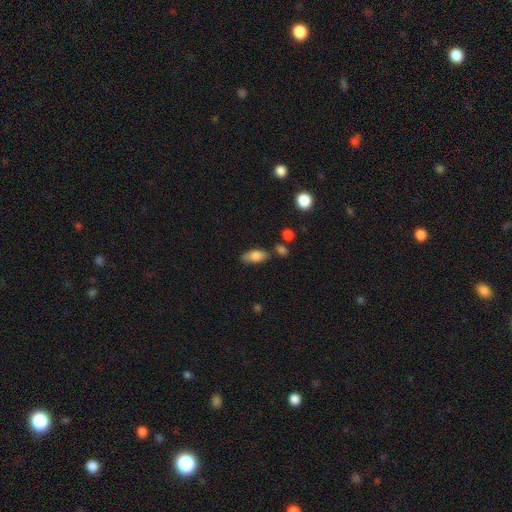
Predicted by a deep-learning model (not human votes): The model was most divided on "merging": none: 72%, minor disturbance: 18%, merger: 6%, major disturbance: 4%. More confident: how rounded — in between (86%); smooth or featured — smooth (81%).